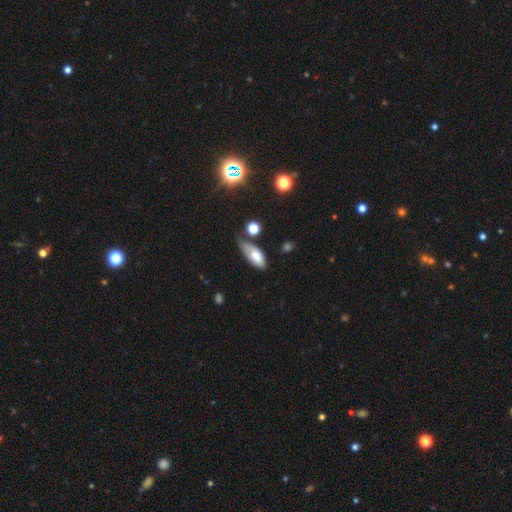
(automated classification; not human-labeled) The model was most divided on "merging": minor disturbance: 38%, none: 37%, major disturbance: 15%, merger: 10%. More confident: how rounded — in between (84%); smooth or featured — smooth (74%).